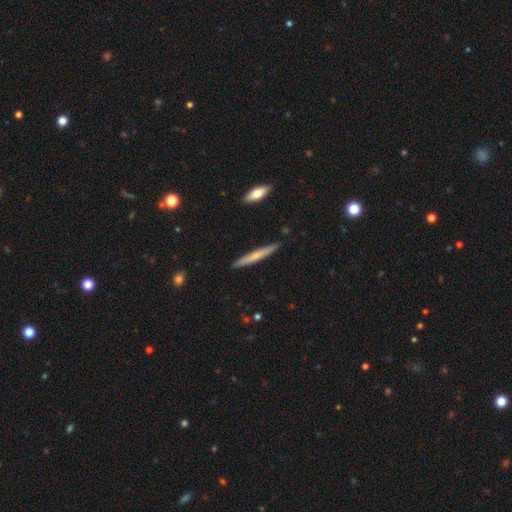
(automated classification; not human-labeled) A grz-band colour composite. It shows a smooth galaxy with no disk features (56%) that is cigar-shaped (96%). Merging: none (90%).